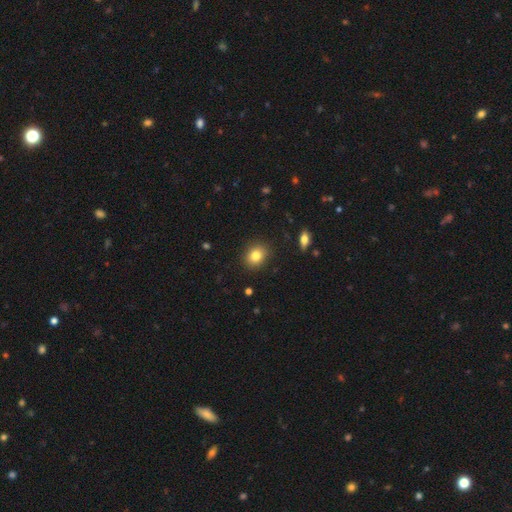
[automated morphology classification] Q: Smooth or featured?
A: smooth (82%); runner-up: star or artifact (10%)
Q: How rounded?
A: round (60%); runner-up: in between (39%)
Q: Merging?
A: none (89%); runner-up: minor disturbance (8%)